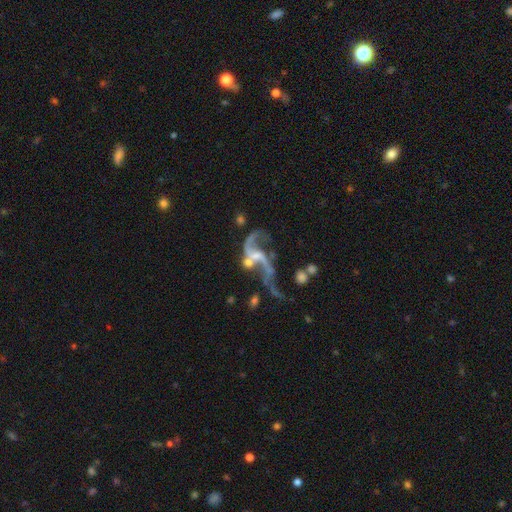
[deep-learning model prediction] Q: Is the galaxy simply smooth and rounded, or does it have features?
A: featured or disk — 80%.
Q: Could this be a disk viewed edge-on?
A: no — 96%.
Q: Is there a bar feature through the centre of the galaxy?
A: no — 52%.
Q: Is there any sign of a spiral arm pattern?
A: yes — 80%.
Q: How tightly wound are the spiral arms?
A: loose — 83%.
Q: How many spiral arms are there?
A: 2 — 73%.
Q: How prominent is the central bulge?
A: small — 44%.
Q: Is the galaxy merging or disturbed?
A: merger — 33%.